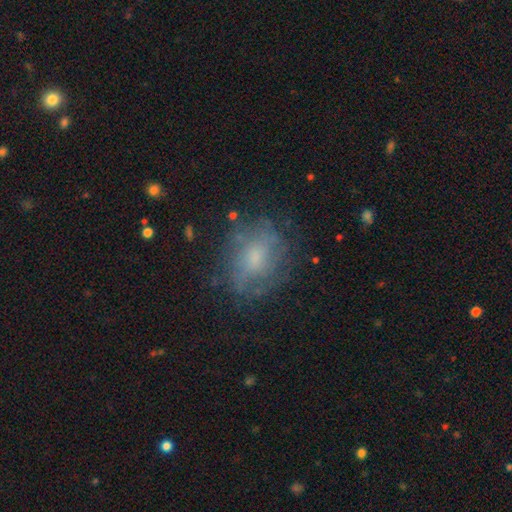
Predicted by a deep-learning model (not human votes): Smooth or featured?
  - smooth: 46% *
  - featured or disk: 42%
  - star or artifact: 12%
Merging?
  - none: 66% *
  - minor disturbance: 20%
  - major disturbance: 12%
  - merger: 2%